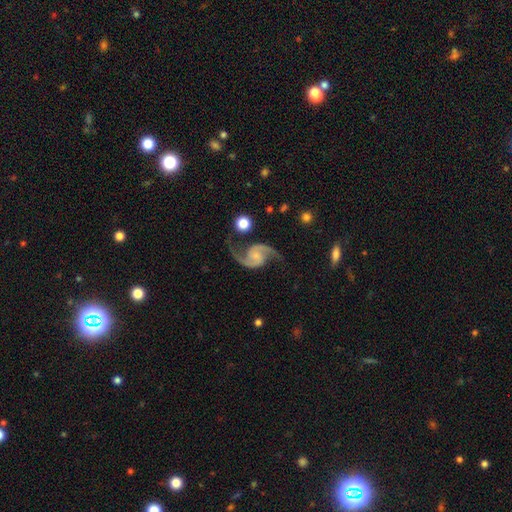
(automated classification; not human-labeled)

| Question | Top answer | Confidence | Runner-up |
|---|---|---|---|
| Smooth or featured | featured or disk | 93% | star or artifact (4%) |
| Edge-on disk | no | 98% | yes (2%) |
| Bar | no | 60% | weak (32%) |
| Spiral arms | yes | 98% | no (2%) |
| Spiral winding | loose | 54% | medium (39%) |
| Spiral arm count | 2 | 95% | 1 (1%) |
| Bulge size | small | 51% | moderate (23%) |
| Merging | none | 79% | minor disturbance (13%) |